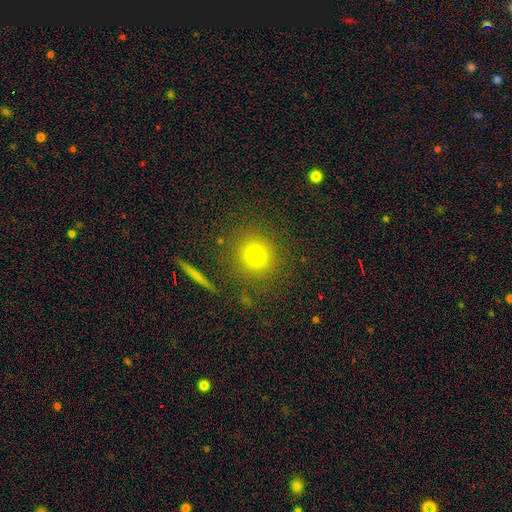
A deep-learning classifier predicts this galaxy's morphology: Overall: smooth (72%). How rounded: round (90%). Merging: none (84%).